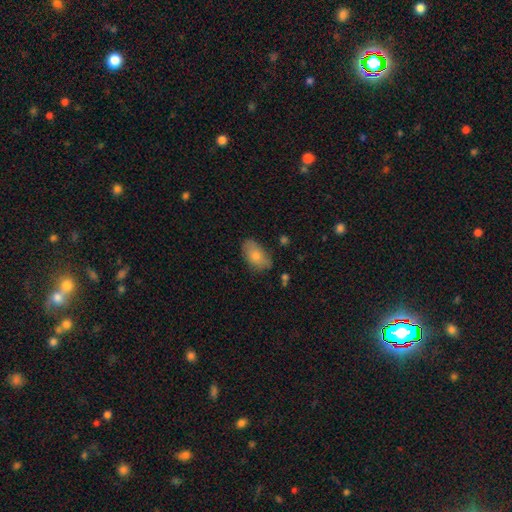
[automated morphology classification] A smooth galaxy with no disk features (74%) that is in between round and cigar-shaped (91%).

Vote fractions:
- Smooth or featured? smooth: 74% / featured or disk: 17% / star or artifact: 8%
- How rounded? in between: 91% / round: 6% / cigar-shaped: 2%
- Merging? none: 75% / minor disturbance: 19% / major disturbance: 4% / merger: 2%